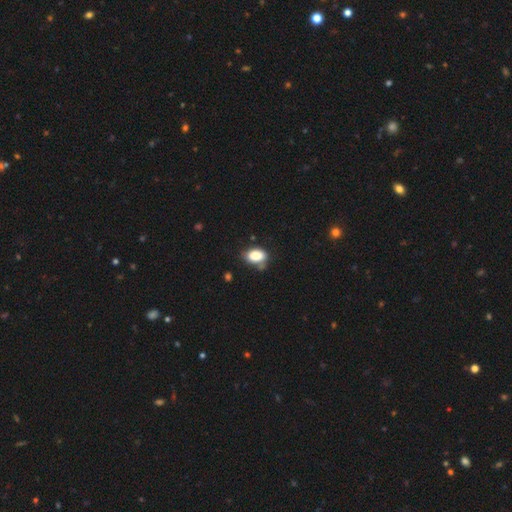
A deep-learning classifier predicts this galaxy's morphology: This is clearly a smooth galaxy (84%). How rounded: clearly in between (87%). Merging: likely none (61%).